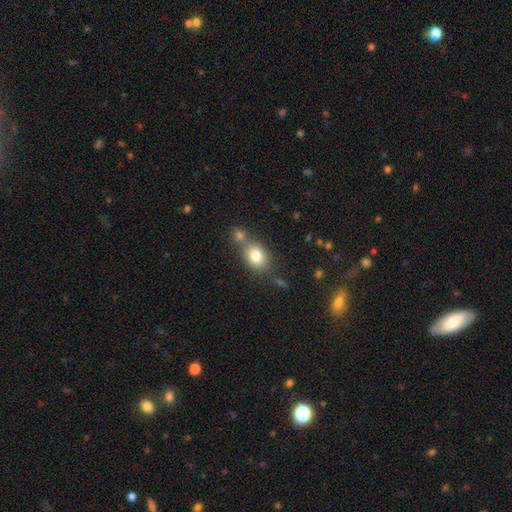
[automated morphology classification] The model was most divided on "merging": none: 52%, merger: 31%, minor disturbance: 12%, major disturbance: 5%. More confident: smooth or featured — smooth (79%); how rounded — in between (63%).